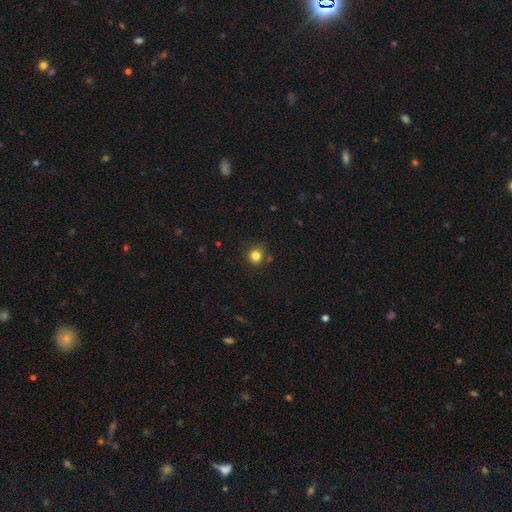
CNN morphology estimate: type=smooth (82%); roundness=round (87%); merging=none (79%).